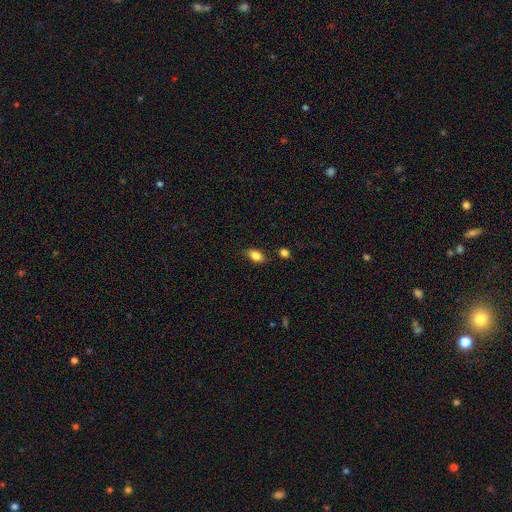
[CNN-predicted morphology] Smooth or featured?
  - smooth: 79% *
  - featured or disk: 12%
  - star or artifact: 8%
How rounded?
  - in between: 84% *
  - round: 9%
  - cigar-shaped: 6%
Merging?
  - none: 67% *
  - minor disturbance: 24%
  - major disturbance: 5%
  - merger: 4%